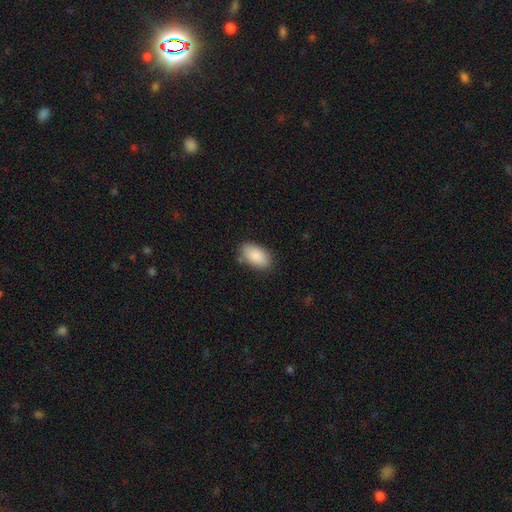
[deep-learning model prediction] This is clearly a smooth galaxy (89%). How rounded: clearly in between (94%). Merging: clearly none (82%).